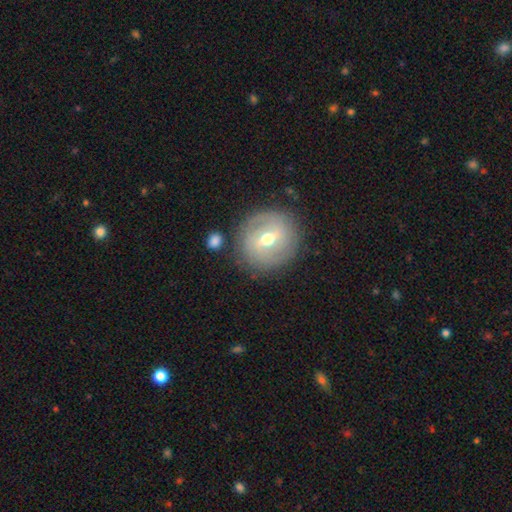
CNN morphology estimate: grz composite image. It shows a featured or disk galaxy (54%) with a weak bar (44%), spiral arms (58%) and a moderate central bulge (56%). Merging: none (85%).